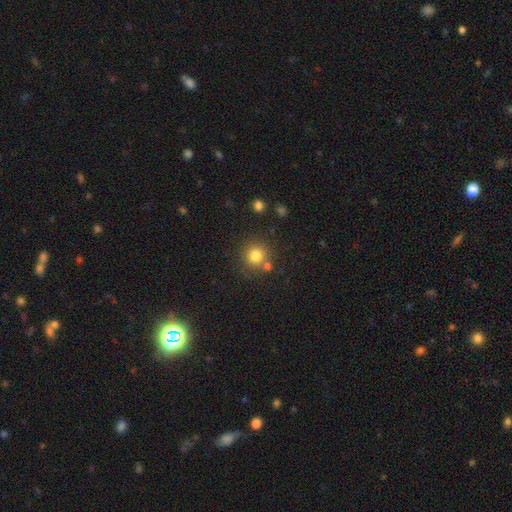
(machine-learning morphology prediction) smooth_or_featured: smooth (p=0.80) [alt: star or artifact p=0.13]
how_rounded: round (p=0.92) [alt: in between p=0.07]
merging: none (p=0.75) [alt: merger p=0.12]